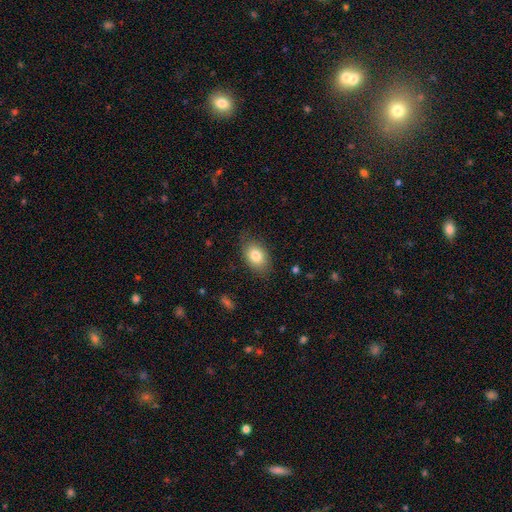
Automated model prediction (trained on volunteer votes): smooth-or-featured: smooth: 82% | featured or disk: 11% | star or artifact: 7%
  how-rounded: in between: 88% | round: 11% | cigar-shaped: 1%
  merging: none: 78% | minor disturbance: 17% | major disturbance: 4% | merger: 1%